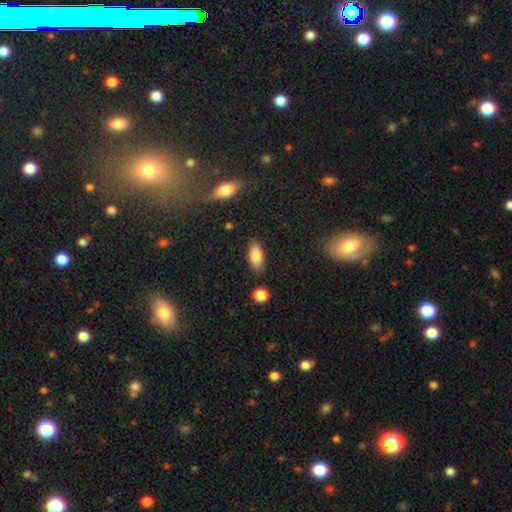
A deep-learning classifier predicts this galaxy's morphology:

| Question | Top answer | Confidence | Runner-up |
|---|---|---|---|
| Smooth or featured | smooth | 84% | featured or disk (9%) |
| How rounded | in between | 89% | cigar-shaped (8%) |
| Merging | none | 84% | minor disturbance (11%) |